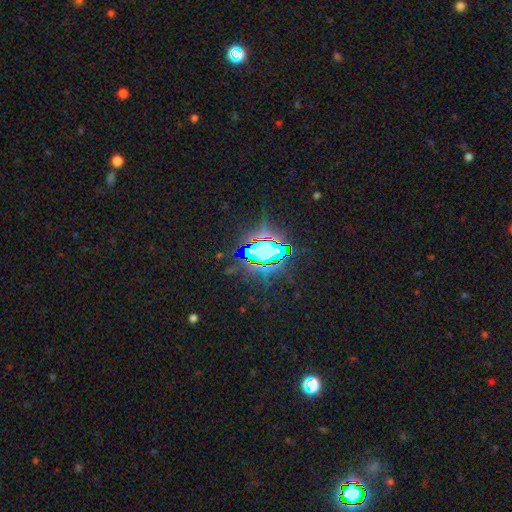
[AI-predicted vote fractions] Smooth or featured?
  - star or artifact: 80% *
  - smooth: 11%
  - featured or disk: 9%